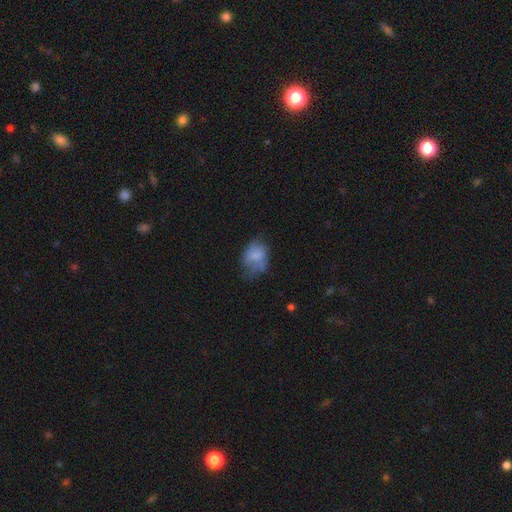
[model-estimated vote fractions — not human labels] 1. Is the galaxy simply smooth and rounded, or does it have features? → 65% smooth, 25% featured or disk, 10% star or artifact.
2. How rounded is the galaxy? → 70% in between, 29% round, 1% cigar-shaped.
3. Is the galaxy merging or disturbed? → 35% minor disturbance (tied), 35% none (tied), 26% major disturbance, 4% merger.